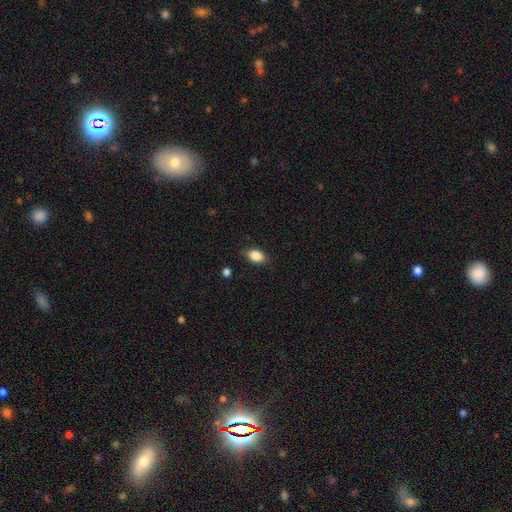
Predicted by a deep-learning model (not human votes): Smooth or featured? smooth (87%)
How rounded? in between (85%)
Merging? none (85%)